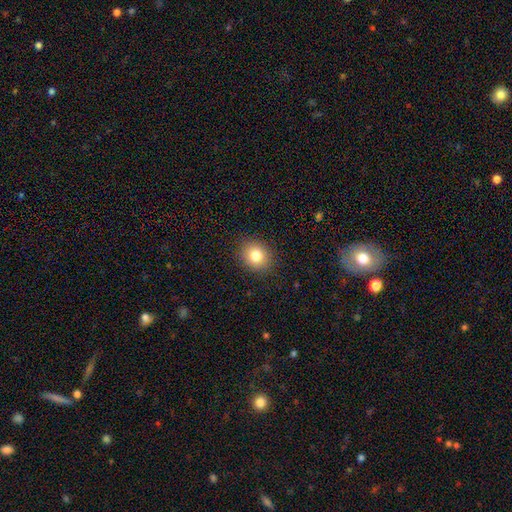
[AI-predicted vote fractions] A smooth galaxy with no disk features (82%) that is round (70%).

Vote fractions:
- Smooth or featured? smooth: 82% / star or artifact: 11% / featured or disk: 8%
- How rounded? round: 70% / in between: 29% / cigar-shaped: 1%
- Merging? none: 89% / minor disturbance: 7% / major disturbance: 2% / merger: 1%